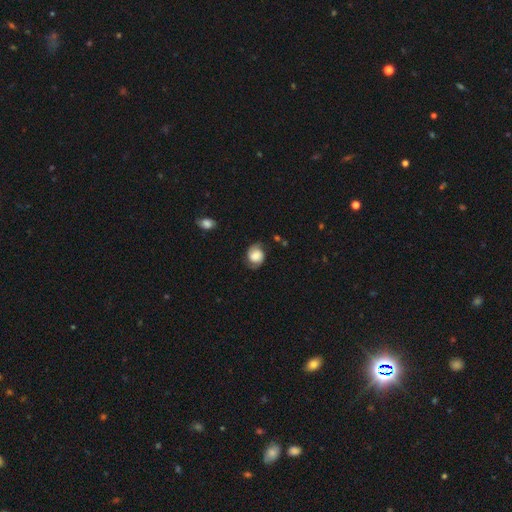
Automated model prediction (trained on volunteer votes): Q: Smooth or featured?
A: smooth (48%); runner-up: featured or disk (43%)
Q: Merging?
A: none (69%); runner-up: minor disturbance (22%)